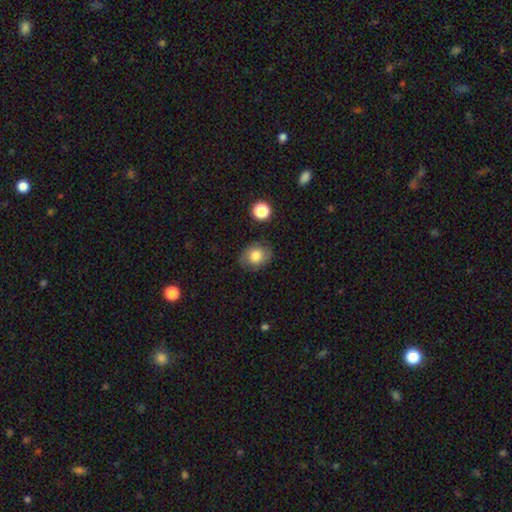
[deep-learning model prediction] Smooth or featured?
  - smooth: 75% *
  - featured or disk: 16%
  - star or artifact: 10%
How rounded?
  - in between: 52% *
  - round: 47%
  - cigar-shaped: 1%
Merging?
  - none: 81% *
  - minor disturbance: 14%
  - major disturbance: 4%
  - merger: 2%